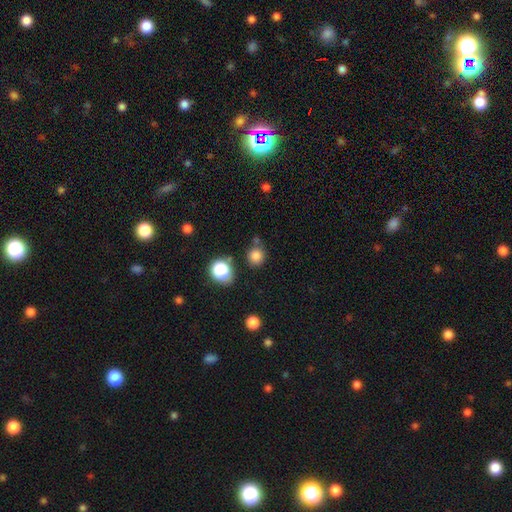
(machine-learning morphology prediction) Smooth or featured? smooth (82%)
How rounded? round (87%)
Merging? none (74%)